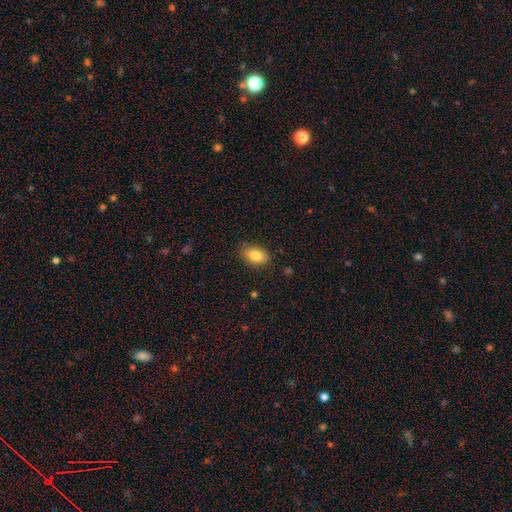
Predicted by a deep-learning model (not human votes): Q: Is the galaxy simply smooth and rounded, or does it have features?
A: smooth — 82%.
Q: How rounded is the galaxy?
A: in between — 88%.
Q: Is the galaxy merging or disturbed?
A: none — 85%.